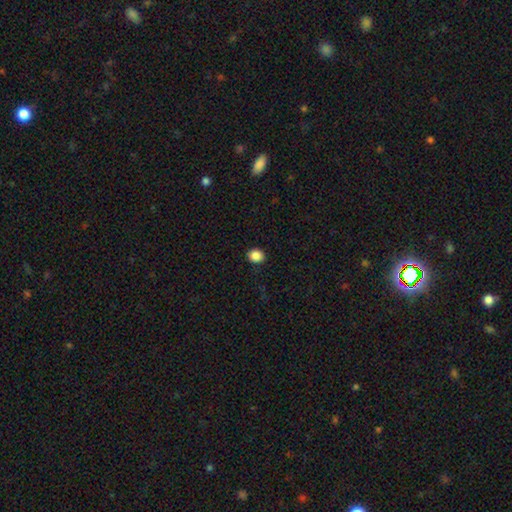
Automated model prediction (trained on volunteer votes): This appears to be a smooth galaxy with no disk features (87%) that is round (73%). Merging: none (91%).